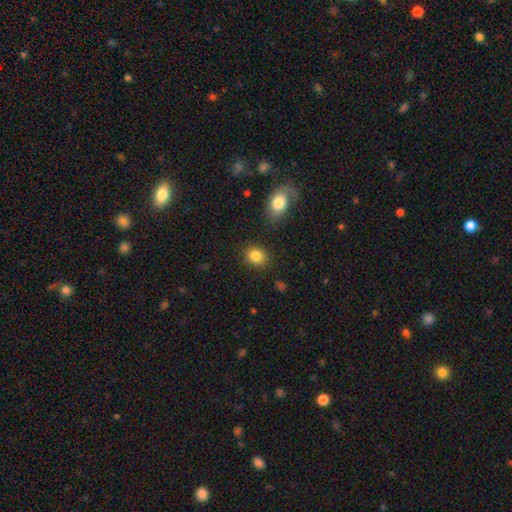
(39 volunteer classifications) Smooth or featured: smooth — 90% (featured or disk — 5%)
How rounded: round — 69% (in between — 31%)
Merging: none — 95% (minor disturbance — 3%)